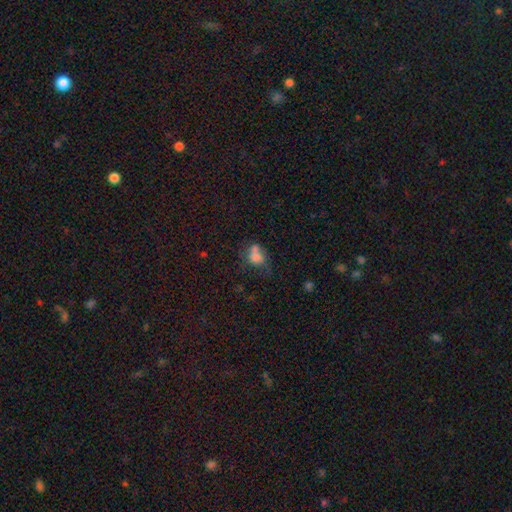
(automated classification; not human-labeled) Smooth or featured: smooth — 71% (featured or disk — 16%)
How rounded: in between — 58% (round — 41%)
Merging: merger — 35% (none — 28%)